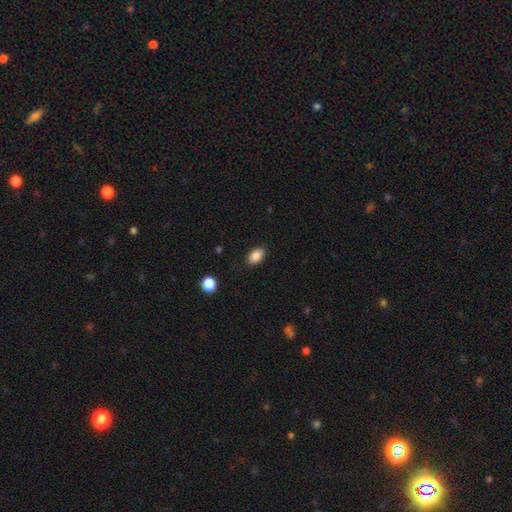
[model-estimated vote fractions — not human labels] Smooth or featured: smooth — 86% (star or artifact — 9%)
How rounded: in between — 89% (round — 9%)
Merging: none — 86% (minor disturbance — 11%)